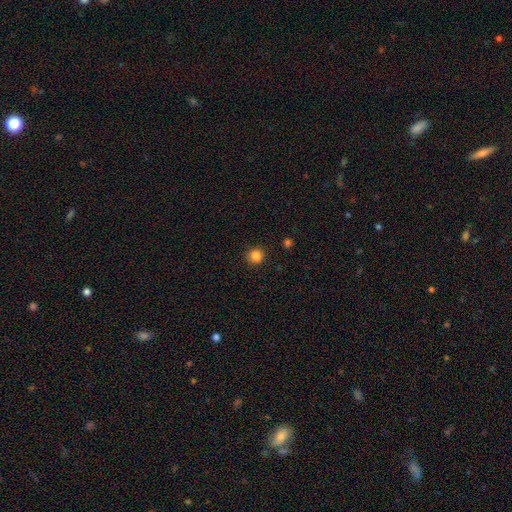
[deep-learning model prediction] This appears to be a smooth galaxy with no disk features (85%) that is round (92%). Merging: none (90%).